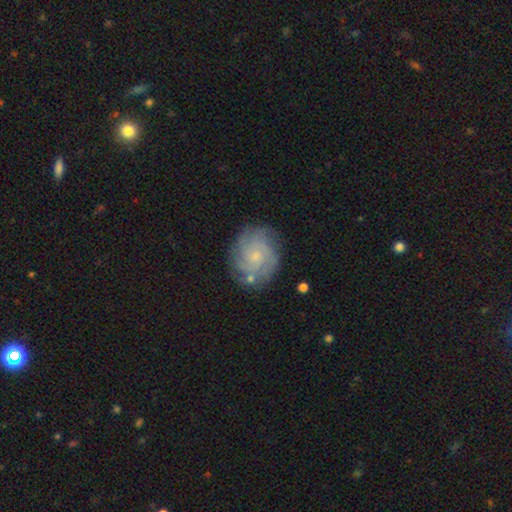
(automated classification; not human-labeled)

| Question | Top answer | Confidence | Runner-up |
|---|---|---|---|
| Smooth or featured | featured or disk | 71% | smooth (21%) |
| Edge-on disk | no | 98% | yes (2%) |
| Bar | no | 76% | weak (21%) |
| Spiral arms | yes | 92% | no (8%) |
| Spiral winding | tight | 64% | medium (28%) |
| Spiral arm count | can't tell | 36% | 4 (21%) |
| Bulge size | small | 71% | moderate (18%) |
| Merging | none | 76% | minor disturbance (15%) |